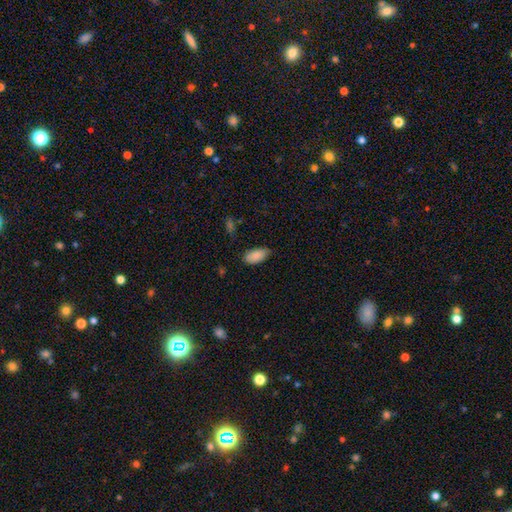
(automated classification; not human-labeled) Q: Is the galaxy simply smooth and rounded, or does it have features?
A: smooth — 88%.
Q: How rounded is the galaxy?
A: in between — 93%.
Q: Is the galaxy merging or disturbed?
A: none — 74%.